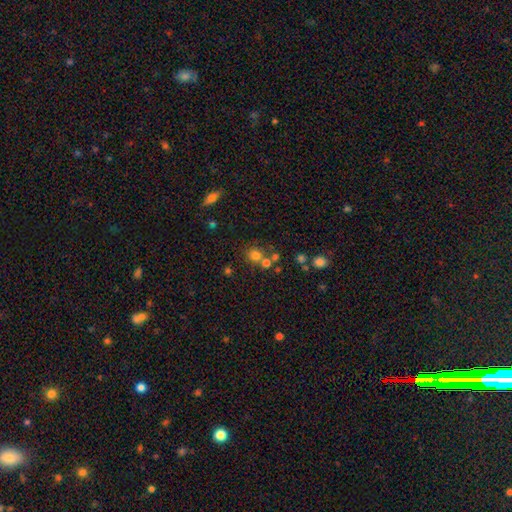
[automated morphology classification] smooth 73%, star or artifact 18%, featured or disk 10%. Down the decision tree: how rounded — round (85%); merging — none (60%).